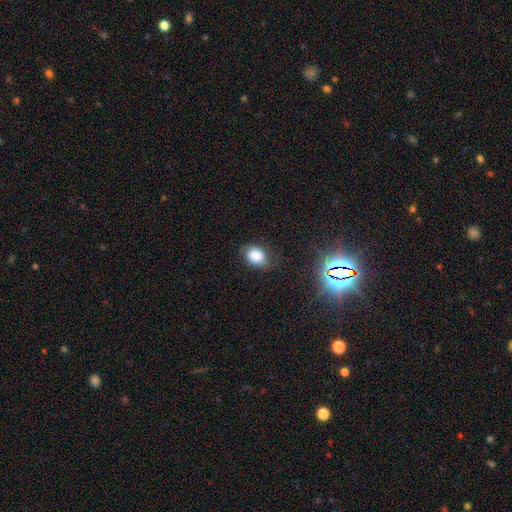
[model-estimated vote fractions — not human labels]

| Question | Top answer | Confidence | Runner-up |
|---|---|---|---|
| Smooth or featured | smooth | 82% | star or artifact (11%) |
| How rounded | in between | 64% | round (35%) |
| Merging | none | 73% | minor disturbance (20%) |